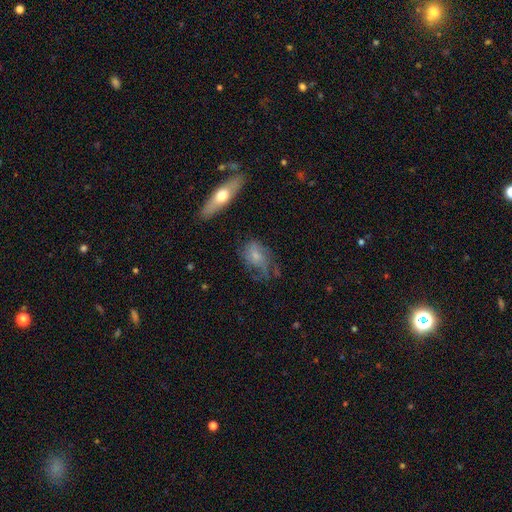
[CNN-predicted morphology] smooth-or-featured: featured or disk: 45% (tied) | smooth: 45% (tied) | star or artifact: 9%
  merging: none: 46% | minor disturbance: 29% | major disturbance: 21% | merger: 3%